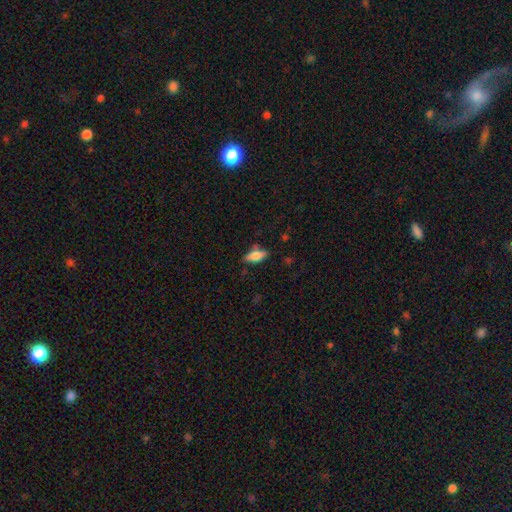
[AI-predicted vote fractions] Overall: smooth (70%). How rounded: in between (77%). Merging: none (75%).